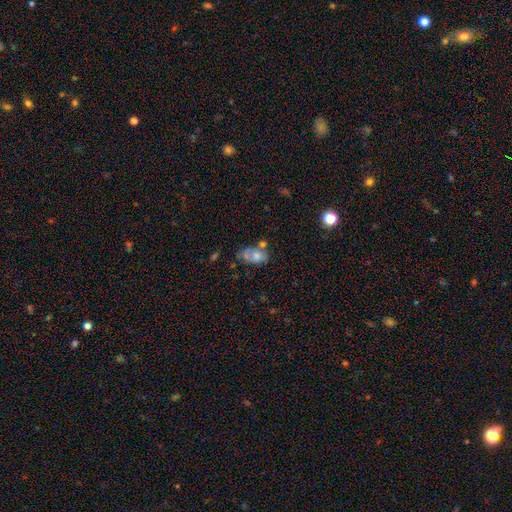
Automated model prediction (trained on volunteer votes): The model was most divided on "merging": none: 39%, minor disturbance: 25%, merger: 24%, major disturbance: 12%. More confident: how rounded — in between (89%); smooth or featured — smooth (60%).